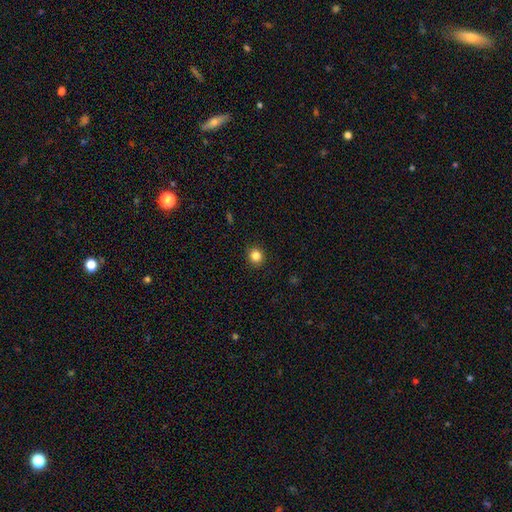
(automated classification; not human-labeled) This is clearly a smooth galaxy (84%). How rounded: clearly round (87%). Merging: clearly none (92%).